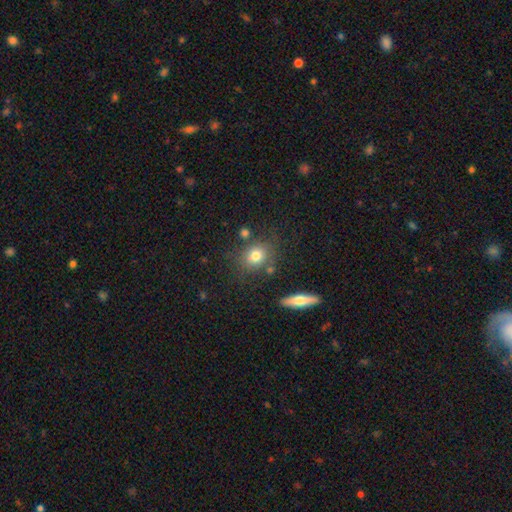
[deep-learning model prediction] Smooth or featured: smooth — 76% (star or artifact — 12%)
How rounded: round — 64% (in between — 35%)
Merging: none — 74% (minor disturbance — 13%)